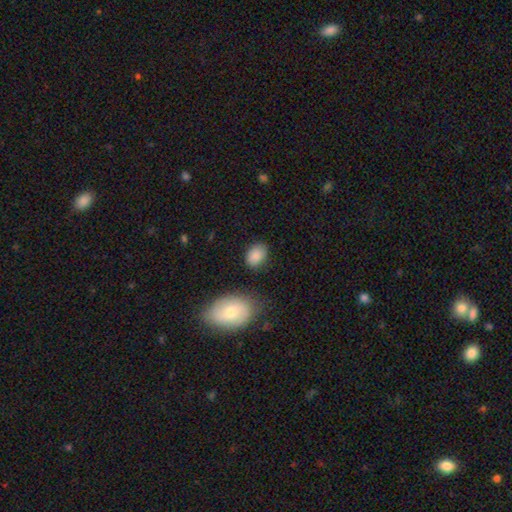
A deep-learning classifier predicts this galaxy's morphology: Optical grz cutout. It shows a smooth galaxy with no disk features (87%) that is in between round and cigar-shaped (78%). Merging: none (79%).